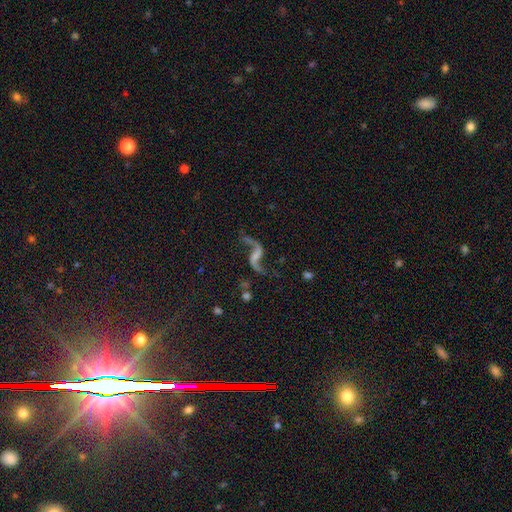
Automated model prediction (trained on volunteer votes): Smooth or featured? featured or disk (86%)
Edge-on disk? no (96%)
Bar? weak (40%)
Spiral arms? yes (96%)
Spiral winding? loose (92%)
Spiral arm count? 2 (93%)
Bulge size? none (43%)
Merging? none (70%)